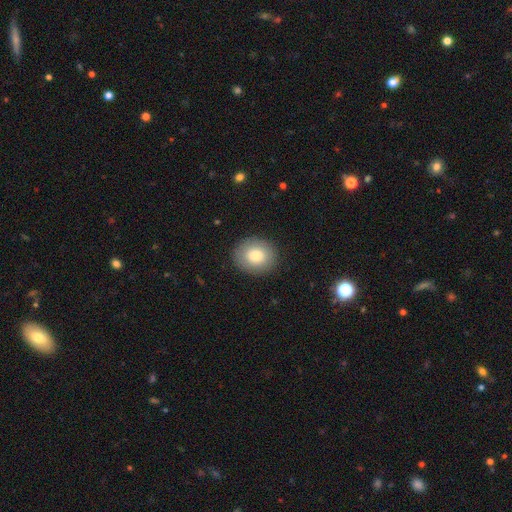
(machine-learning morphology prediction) Overall: smooth (79%). How rounded: round (72%). Merging: none (89%).